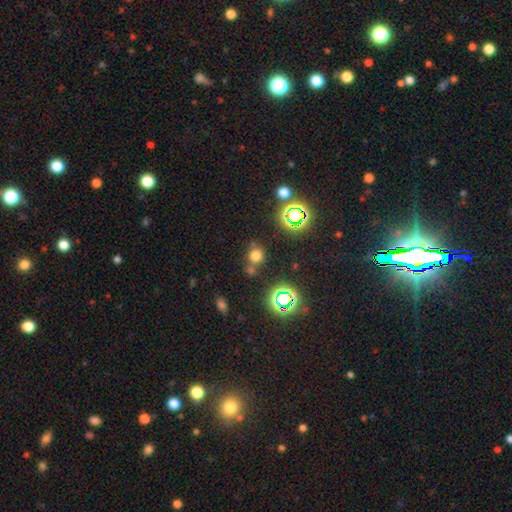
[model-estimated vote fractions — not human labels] The model was most divided on "smooth or featured": smooth: 66%, star or artifact: 27%, featured or disk: 7%. More confident: how rounded — round (81%); merging — none (65%).